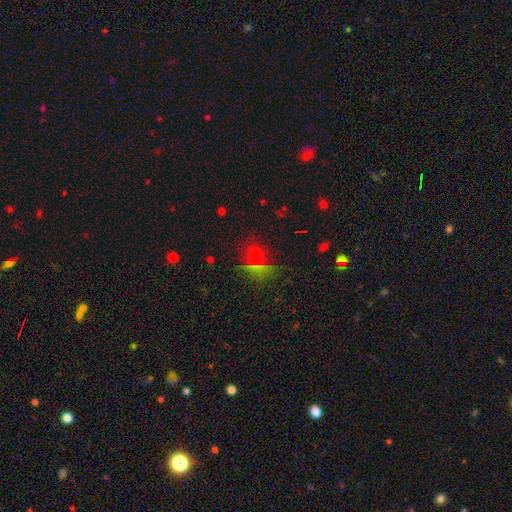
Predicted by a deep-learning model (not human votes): This is possibly a smooth galaxy (56%). How rounded: likely round (61%). Merging: likely none (74%).